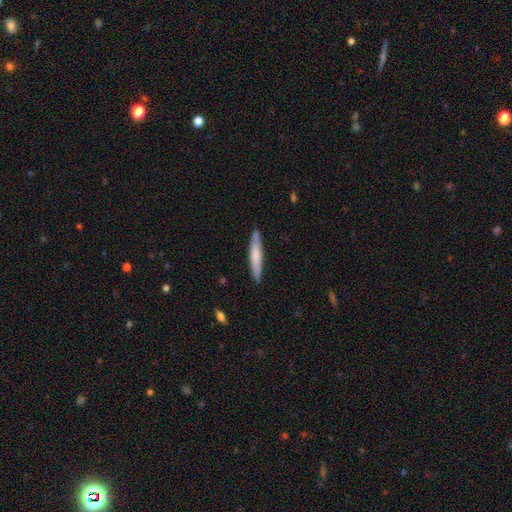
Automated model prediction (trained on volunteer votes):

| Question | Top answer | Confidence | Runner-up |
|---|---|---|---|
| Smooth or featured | smooth | 64% | featured or disk (31%) |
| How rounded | cigar-shaped | 93% | in between (6%) |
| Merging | none | 87% | minor disturbance (10%) |